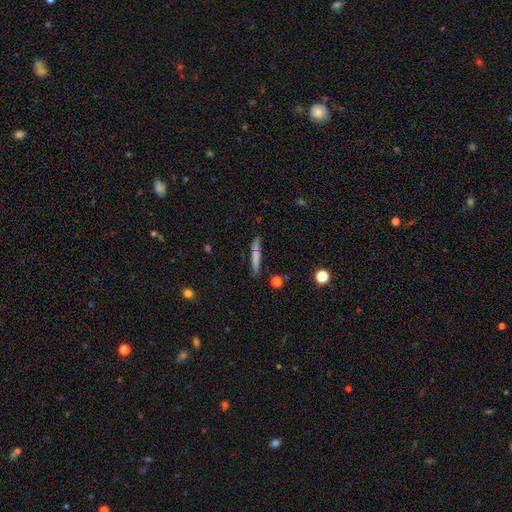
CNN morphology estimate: Smooth or featured: smooth — 68% (featured or disk — 25%)
How rounded: cigar-shaped — 93% (in between — 5%)
Merging: none — 81% (minor disturbance — 12%)